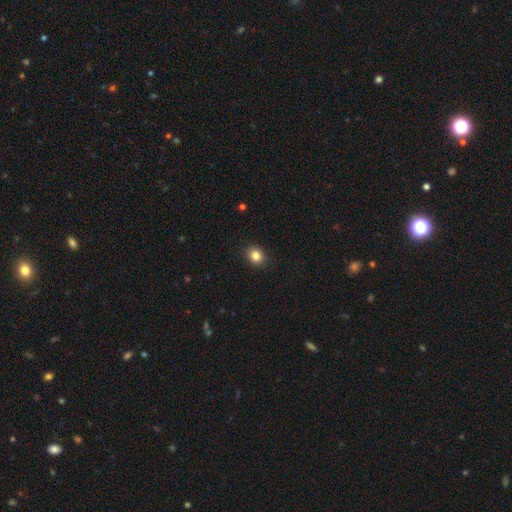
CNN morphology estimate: Overall: smooth (84%). How rounded: round (67%; in between 32%). Merging: none (90%).